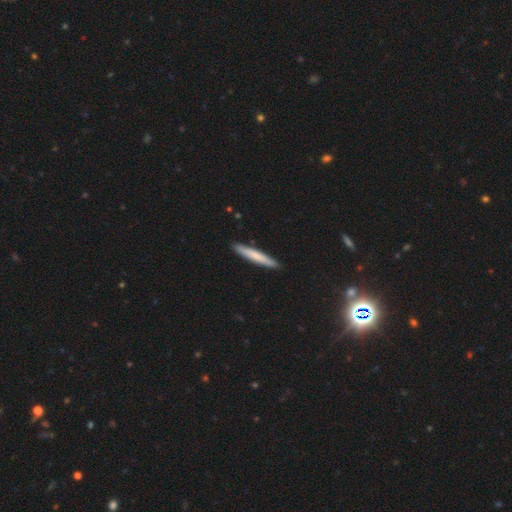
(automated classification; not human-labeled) Morphology: type=smooth (71%); roundness=cigar-shaped (95%); merging=none (91%).